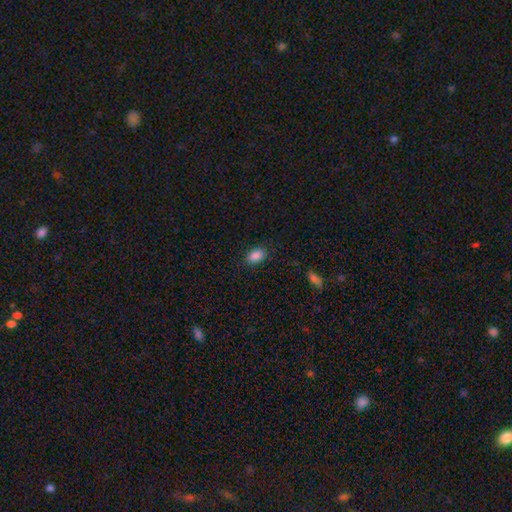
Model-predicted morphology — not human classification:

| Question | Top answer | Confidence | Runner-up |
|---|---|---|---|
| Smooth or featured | smooth | 88% | star or artifact (9%) |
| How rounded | in between | 86% | round (12%) |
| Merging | none | 86% | minor disturbance (11%) |